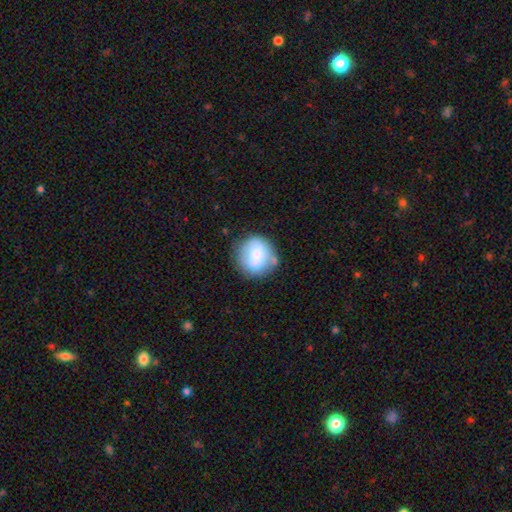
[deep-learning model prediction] The model was most divided on "smooth or featured": smooth: 62%, featured or disk: 30%, star or artifact: 8%. More confident: how rounded — round (85%); merging — none (60%).